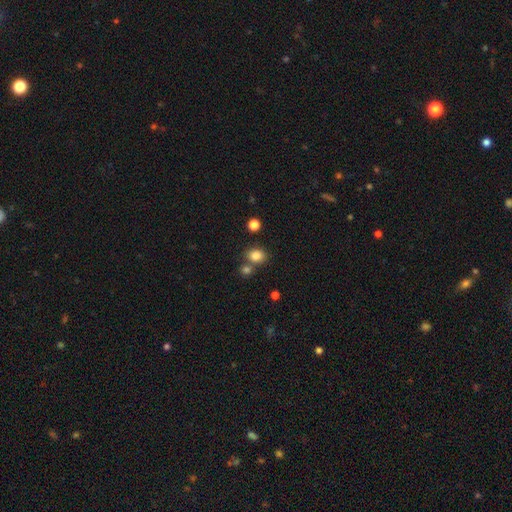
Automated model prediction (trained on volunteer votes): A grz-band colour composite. It shows a smooth galaxy with no disk features (83%) that is round (53%). Merging: none (64%).